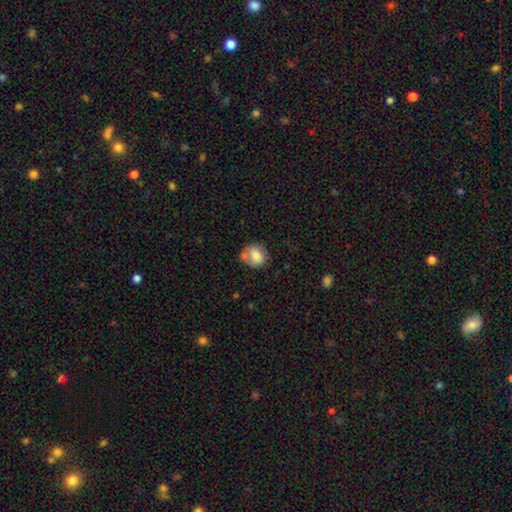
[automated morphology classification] This is likely a smooth galaxy (77%). How rounded: likely round (68%). Merging: possibly none (50%).